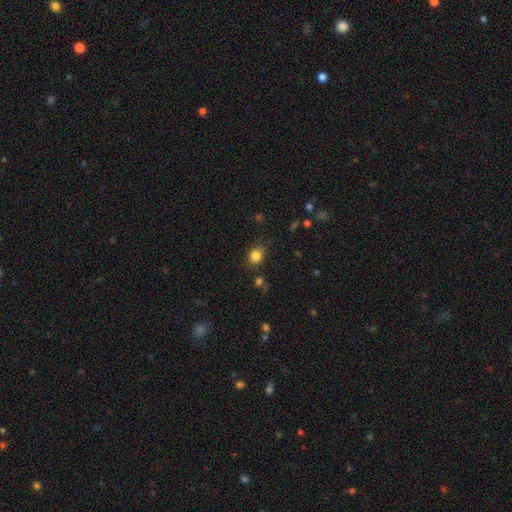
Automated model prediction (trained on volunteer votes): Smooth or featured?
  - smooth: 83% *
  - star or artifact: 12%
  - featured or disk: 6%
How rounded?
  - round: 61% *
  - in between: 38%
  - cigar-shaped: 1%
Merging?
  - none: 76% *
  - minor disturbance: 16%
  - major disturbance: 4%
  - merger: 3%